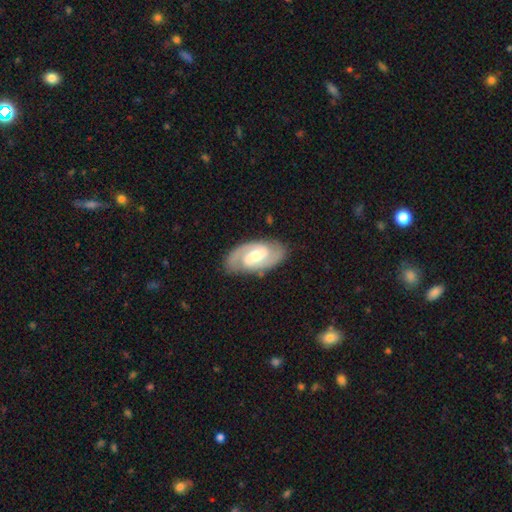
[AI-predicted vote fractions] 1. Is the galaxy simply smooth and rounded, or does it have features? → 84% featured or disk, 12% smooth, 4% star or artifact.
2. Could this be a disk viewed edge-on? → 96% no, 4% yes.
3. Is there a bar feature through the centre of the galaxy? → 49% weak, 31% strong, 20% no.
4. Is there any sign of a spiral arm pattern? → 94% yes, 6% no.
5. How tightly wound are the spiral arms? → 49% medium, 38% tight, 13% loose.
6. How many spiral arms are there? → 89% 2, 5% can't tell, 2% 3, 2% 1, 1% 4, 1% more than 4.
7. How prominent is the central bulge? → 59% moderate, 34% small, 5% large, 1% none, 1% dominant.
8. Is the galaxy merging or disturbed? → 84% none, 11% minor disturbance, 3% major disturbance, 1% merger.